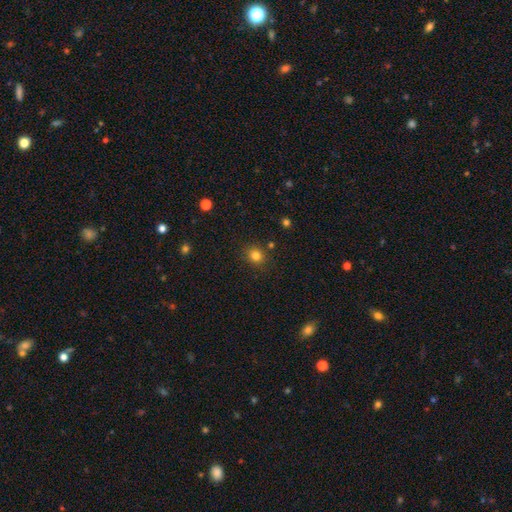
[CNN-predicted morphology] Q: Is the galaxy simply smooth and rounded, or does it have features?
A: smooth — 80%.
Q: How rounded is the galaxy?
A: round — 76%.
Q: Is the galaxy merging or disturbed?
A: none — 85%.